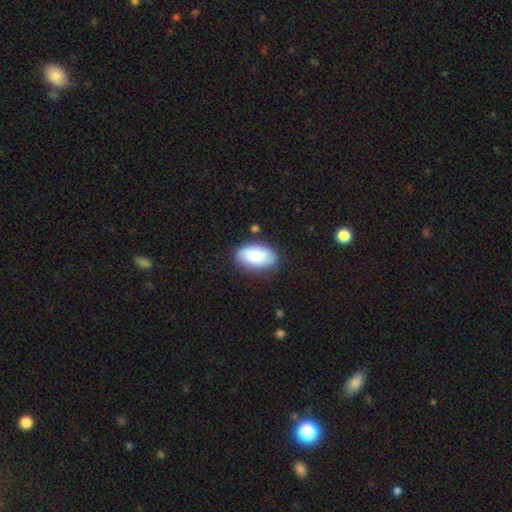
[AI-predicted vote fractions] This appears to be a smooth galaxy with no disk features (84%) that is in between round and cigar-shaped (94%). Merging: none (82%).